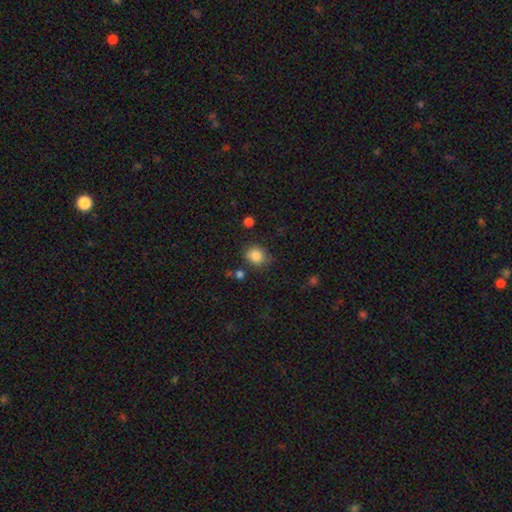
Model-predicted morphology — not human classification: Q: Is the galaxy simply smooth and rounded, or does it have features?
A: smooth — 85%.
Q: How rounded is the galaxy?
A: round — 69%.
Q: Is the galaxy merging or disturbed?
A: none — 75%.